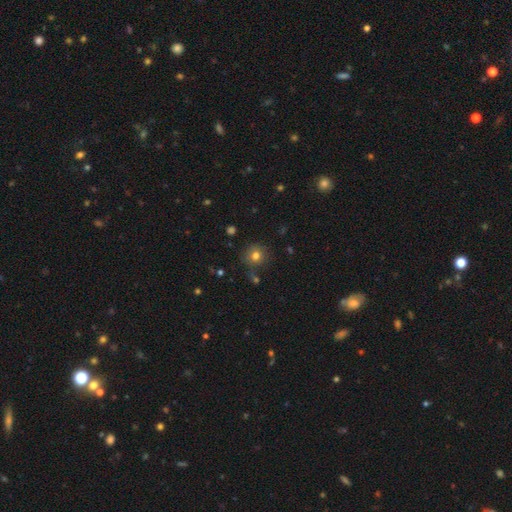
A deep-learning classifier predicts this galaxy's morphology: smooth_or_featured: smooth (p=0.77) [alt: star or artifact p=0.15]
how_rounded: round (p=0.92) [alt: in between p=0.07]
merging: none (p=0.81) [alt: minor disturbance p=0.11]